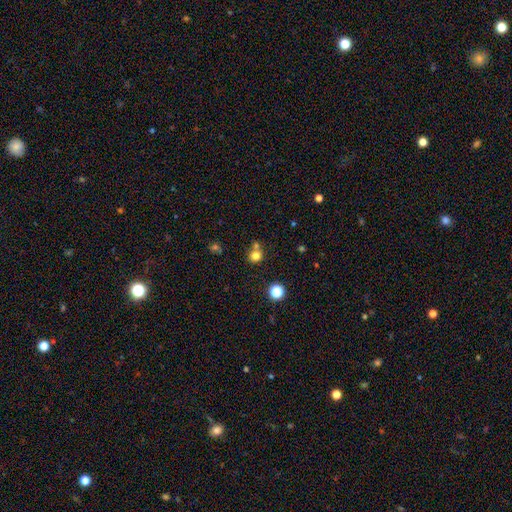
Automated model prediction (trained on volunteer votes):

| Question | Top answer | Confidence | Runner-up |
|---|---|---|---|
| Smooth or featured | smooth | 77% | star or artifact (16%) |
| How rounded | round | 88% | in between (11%) |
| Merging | none | 62% | merger (26%) |